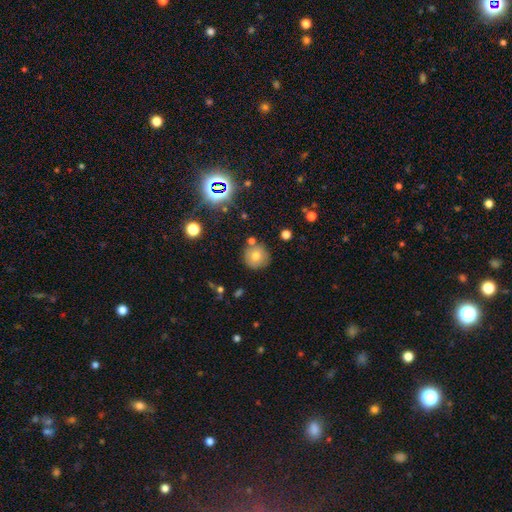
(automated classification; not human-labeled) Smooth or featured?
  - smooth: 70% *
  - featured or disk: 16%
  - star or artifact: 15%
How rounded?
  - round: 93% *
  - in between: 6%
  - cigar-shaped: 1%
Merging?
  - none: 80% *
  - minor disturbance: 10%
  - merger: 7%
  - major disturbance: 3%